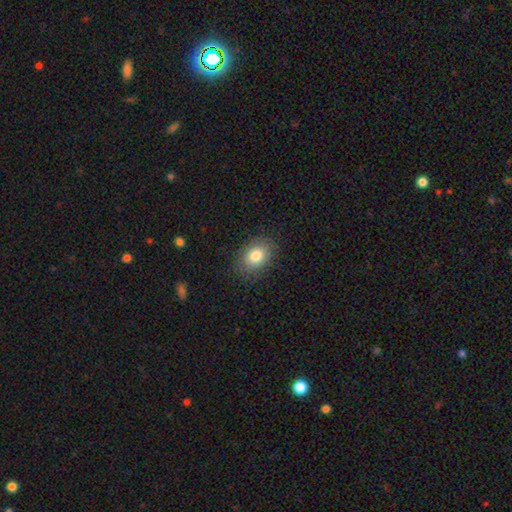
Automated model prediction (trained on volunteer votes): Morphology: type=smooth (81%); roundness=in between (78%); merging=none (84%).